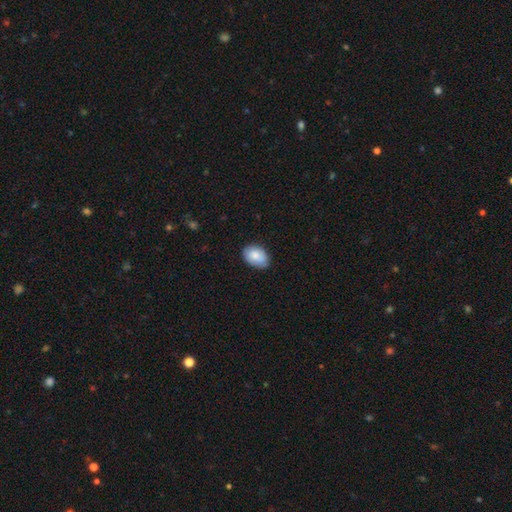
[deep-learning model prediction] Smooth or featured: smooth — 81% (featured or disk — 13%)
How rounded: in between — 83% (round — 16%)
Merging: none — 74% (minor disturbance — 22%)